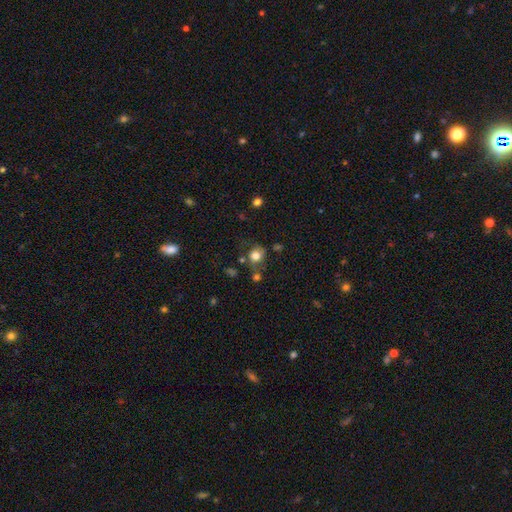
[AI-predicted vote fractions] The model was most divided on "merging": none: 58%, minor disturbance: 21%, merger: 12%, major disturbance: 10%. More confident: smooth or featured — smooth (77%); how rounded — round (74%).